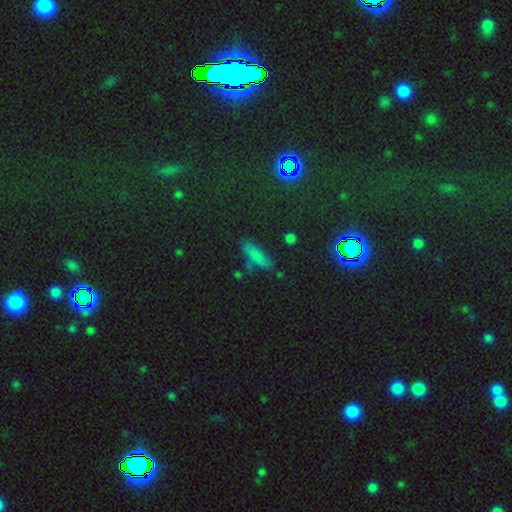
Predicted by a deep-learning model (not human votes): Q: Smooth or featured?
A: smooth (67%); runner-up: star or artifact (20%)
Q: How rounded?
A: in between (49%); runner-up: cigar-shaped (46%)
Q: Merging?
A: none (64%); runner-up: minor disturbance (22%)